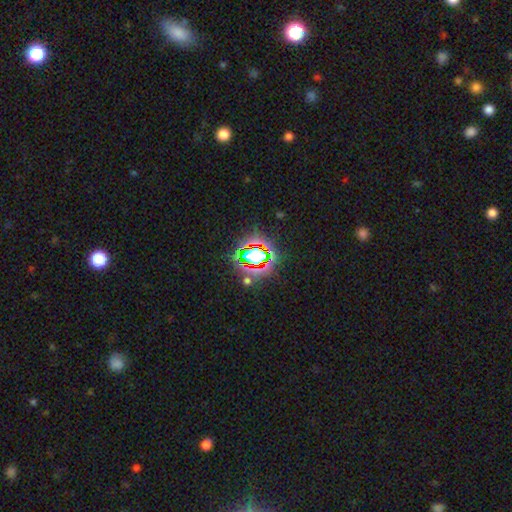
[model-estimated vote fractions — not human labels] smooth-or-featured: star or artifact: 71% | smooth: 17% | featured or disk: 12%